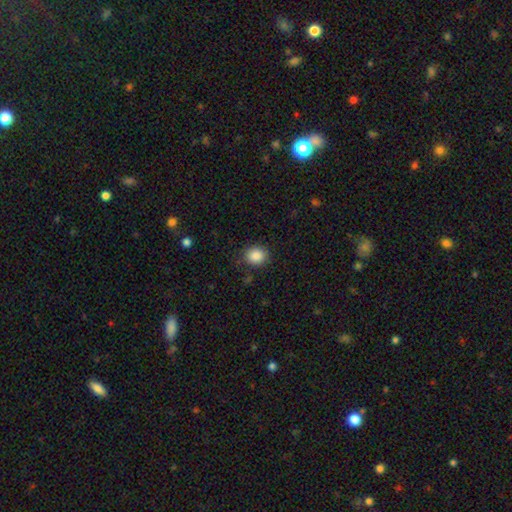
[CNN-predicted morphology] Smooth or featured: smooth — 88% (star or artifact — 9%)
How rounded: round — 74% (in between — 25%)
Merging: none — 83% (minor disturbance — 12%)